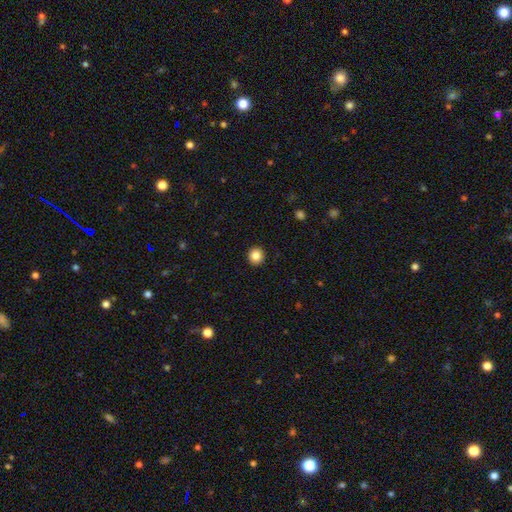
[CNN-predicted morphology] smooth-or-featured: smooth: 85% | star or artifact: 10% | featured or disk: 5%
  how-rounded: round: 93% | in between: 6% | cigar-shaped: 1%
  merging: none: 93% | minor disturbance: 4% | major disturbance: 1% | merger: 1%